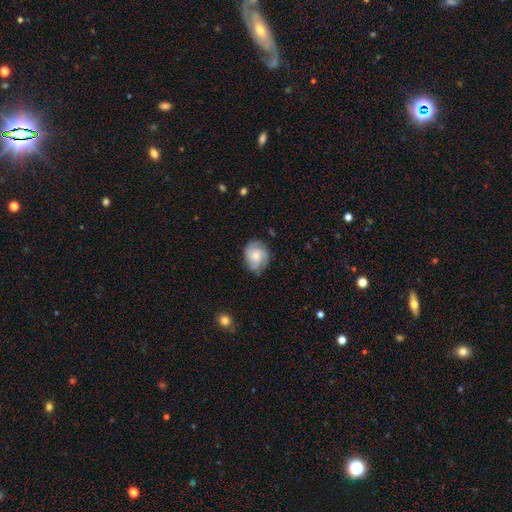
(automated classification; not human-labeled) Smooth or featured: featured or disk — 70% (smooth — 23%)
Edge-on disk: no — 98% (yes — 2%)
Bar: no — 73% (weak — 24%)
Spiral arms: yes — 95% (no — 5%)
Spiral winding: tight — 50% (medium — 39%)
Spiral arm count: 3 — 52% (4 — 16%)
Bulge size: moderate — 46% (small — 43%)
Merging: none — 77% (minor disturbance — 17%)